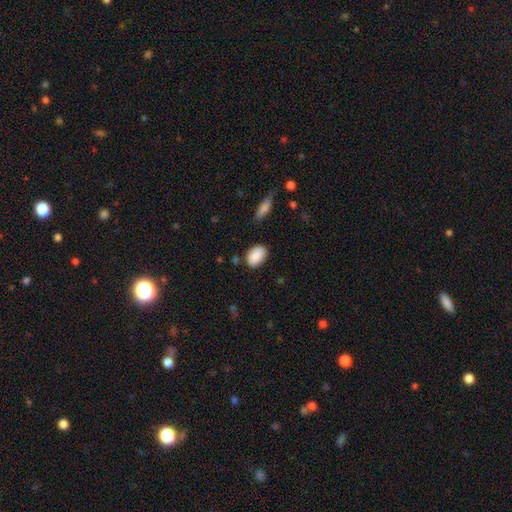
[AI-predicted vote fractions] smooth 89%, star or artifact 7%, featured or disk 5%. Down the decision tree: how rounded — in between (85%); merging — none (81%).